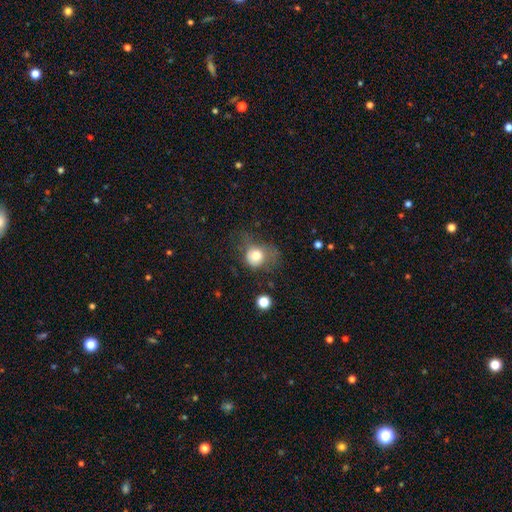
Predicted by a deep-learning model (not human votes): This is likely a smooth galaxy (74%). How rounded: likely round (71%). Merging: marginally major disturbance (37%).